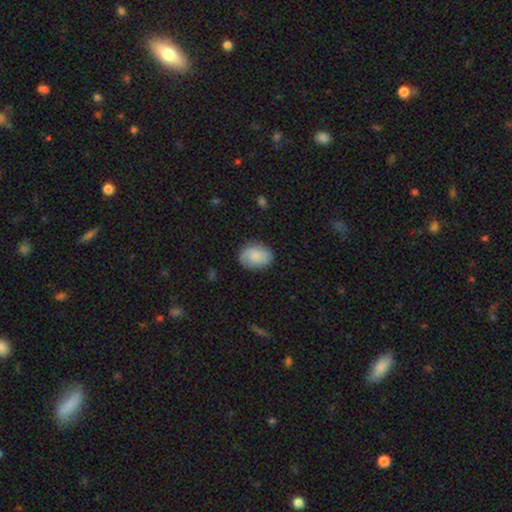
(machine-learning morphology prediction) This is likely a smooth galaxy (76%). How rounded: likely in between (66%). Merging: likely none (79%).